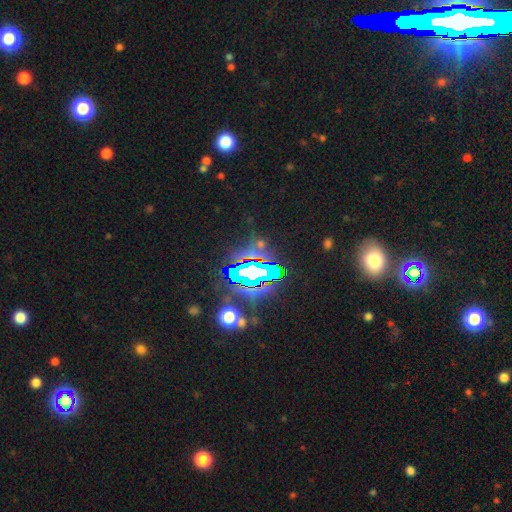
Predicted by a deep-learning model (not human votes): The model was most divided on "smooth or featured": star or artifact: 80%, smooth: 12%, featured or disk: 8%.